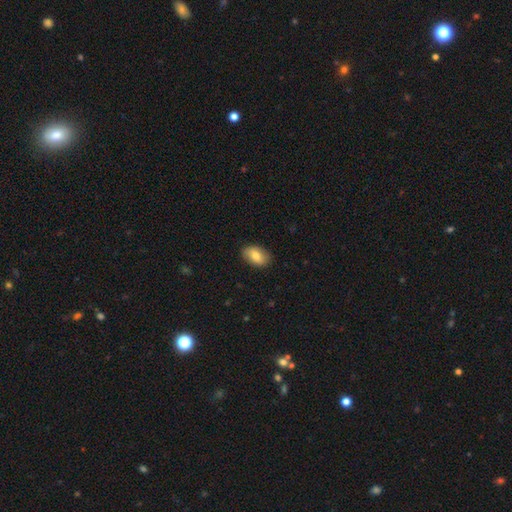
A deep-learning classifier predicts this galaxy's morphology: smooth 79%, featured or disk 14%, star or artifact 7%. Down the decision tree: how rounded — in between (90%); merging — none (87%).